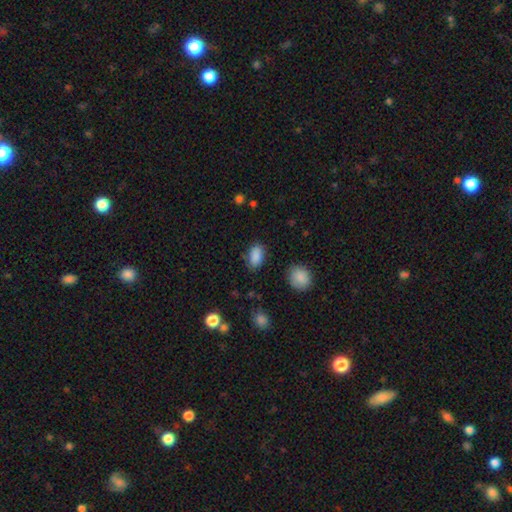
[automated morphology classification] This is clearly a smooth galaxy (88%). How rounded: clearly in between (92%). Merging: clearly none (80%).